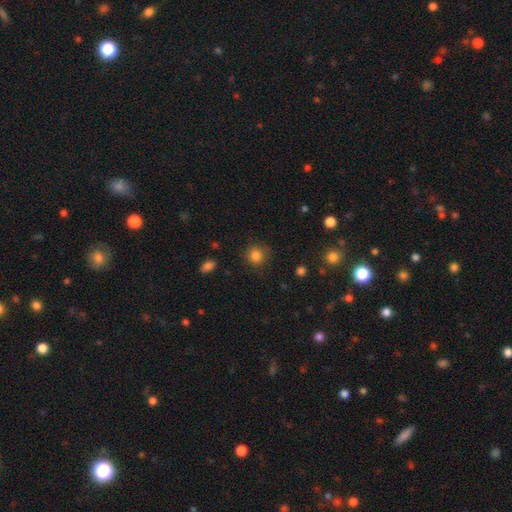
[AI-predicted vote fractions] smooth-or-featured: smooth: 83% | star or artifact: 12% | featured or disk: 5%
  how-rounded: round: 88% | in between: 11% | cigar-shaped: 1%
  merging: none: 81% | minor disturbance: 13% | major disturbance: 4% | merger: 2%